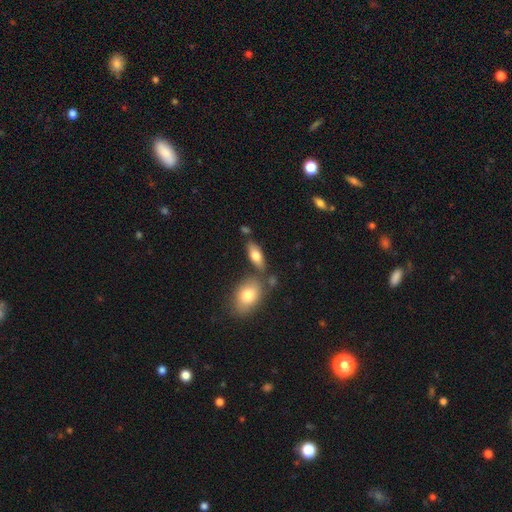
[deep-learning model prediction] A smooth galaxy with no disk features (73%) that is in between round and cigar-shaped (82%). Merging: none (67%).